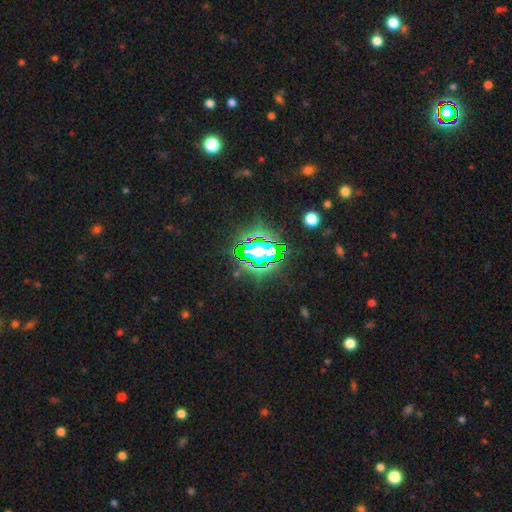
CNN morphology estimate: Overall: star or artifact (72%).